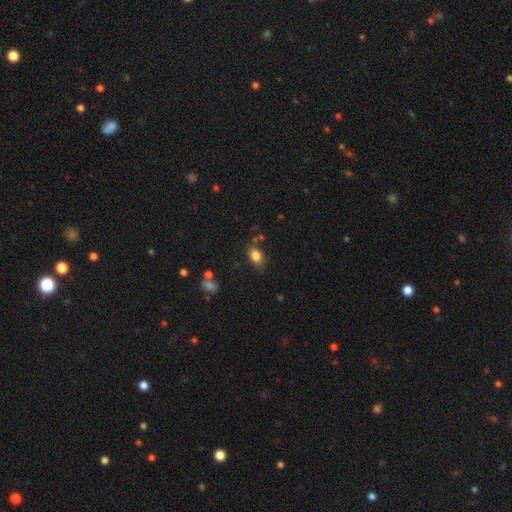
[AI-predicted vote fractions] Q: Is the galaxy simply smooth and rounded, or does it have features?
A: smooth — 84%.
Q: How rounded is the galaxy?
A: in between — 82%.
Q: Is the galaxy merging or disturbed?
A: none — 77%.